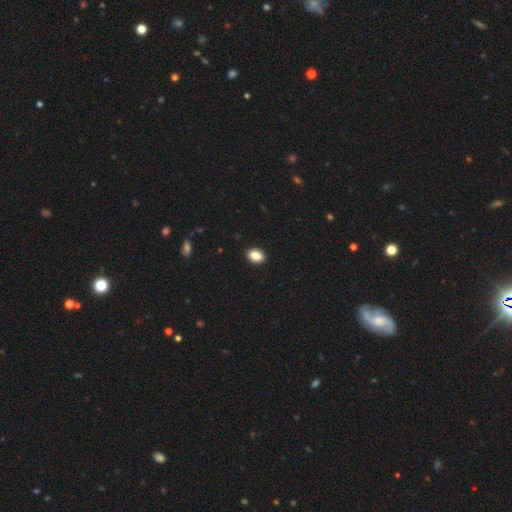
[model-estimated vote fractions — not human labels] Morphology: type=smooth (85%); roundness=in between (71%); merging=none (91%).